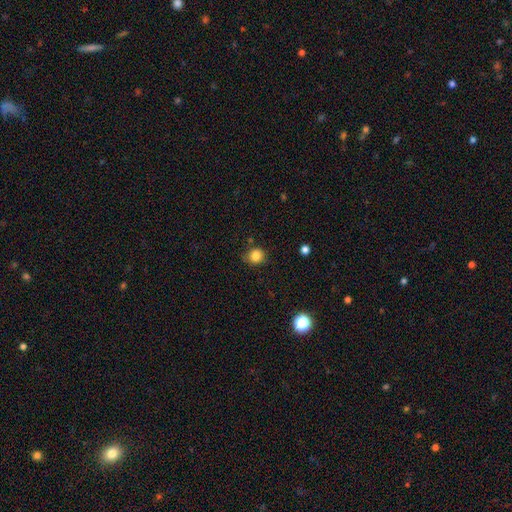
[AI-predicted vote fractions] Smooth or featured? smooth (84%)
How rounded? round (77%)
Merging? none (76%)